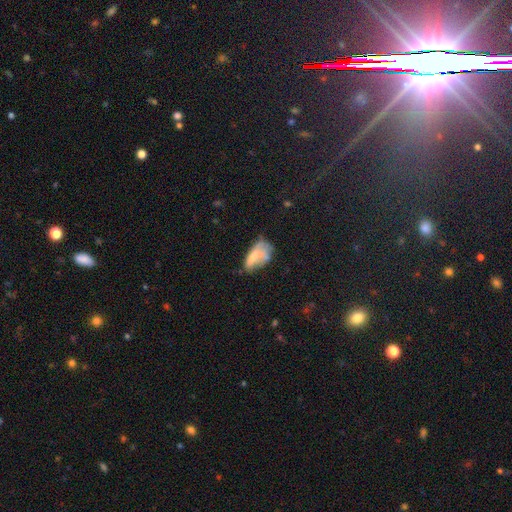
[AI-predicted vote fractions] smooth-or-featured: smooth: 58% | featured or disk: 32% | star or artifact: 10%
  how-rounded: in between: 89% | cigar-shaped: 6% | round: 5%
  merging: minor disturbance: 30% (tied) | major disturbance: 30% (tied) | none: 29% | merger: 11%